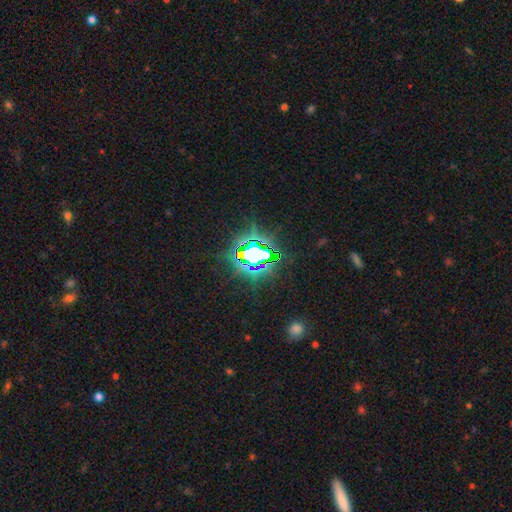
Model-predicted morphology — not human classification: Smooth or featured? Predicted: star or artifact (p=0.78).